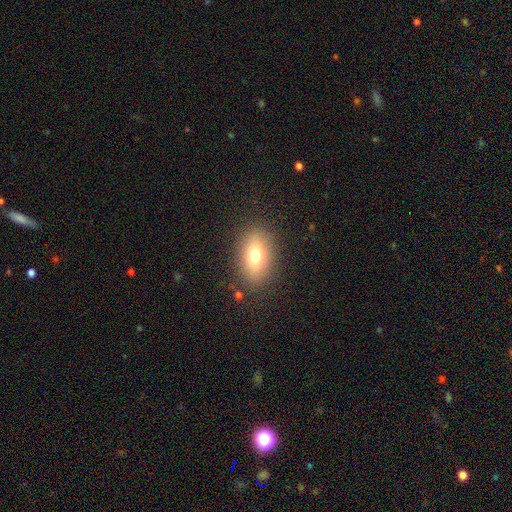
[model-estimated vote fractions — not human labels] smooth_or_featured: smooth (p=0.72) [alt: featured or disk p=0.18]
how_rounded: in between (p=0.82) [alt: round p=0.14]
merging: none (p=0.85) [alt: minor disturbance p=0.10]